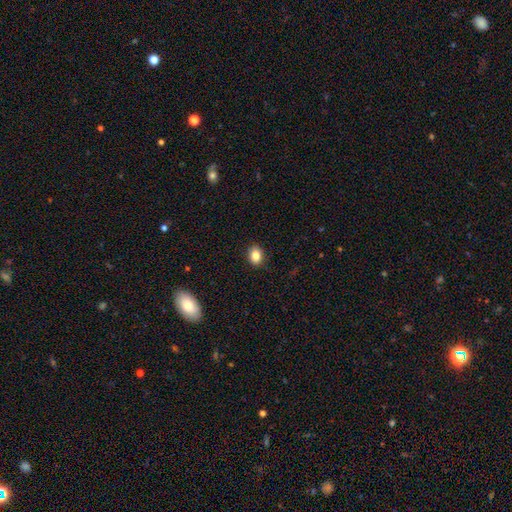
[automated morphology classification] smooth 84%, star or artifact 9%, featured or disk 6%. Down the decision tree: how rounded — in between (65%); merging — none (90%).